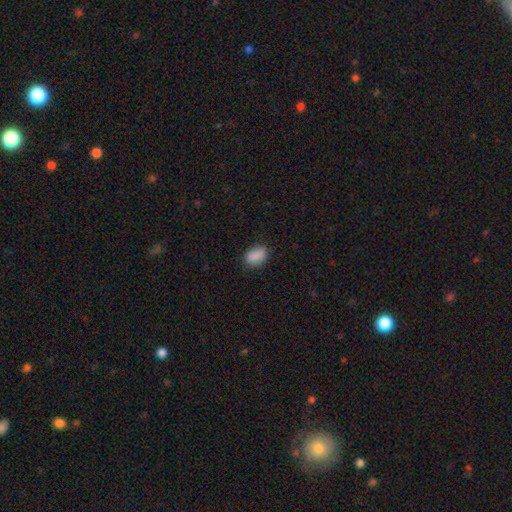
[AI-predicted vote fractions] Overall: smooth (88%). How rounded: in between (85%). Merging: none (82%).